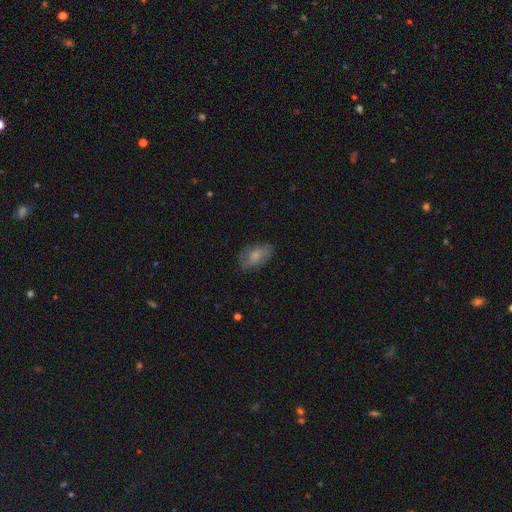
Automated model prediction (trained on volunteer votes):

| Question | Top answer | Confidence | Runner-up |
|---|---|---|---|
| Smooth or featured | smooth | 55% | featured or disk (37%) |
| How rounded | in between | 88% | round (8%) |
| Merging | none | 68% | minor disturbance (22%) |